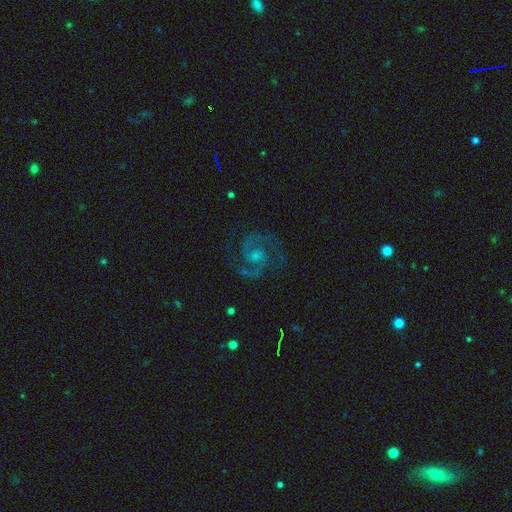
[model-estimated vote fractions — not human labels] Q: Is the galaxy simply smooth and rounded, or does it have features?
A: featured or disk — 87%.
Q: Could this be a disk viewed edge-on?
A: no — 98%.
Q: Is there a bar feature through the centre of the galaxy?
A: no — 49%.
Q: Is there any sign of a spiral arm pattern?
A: yes — 98%.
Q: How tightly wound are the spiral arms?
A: medium — 61%.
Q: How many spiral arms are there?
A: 2 — 91%.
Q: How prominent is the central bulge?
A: small — 45%.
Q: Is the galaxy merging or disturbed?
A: none — 82%.